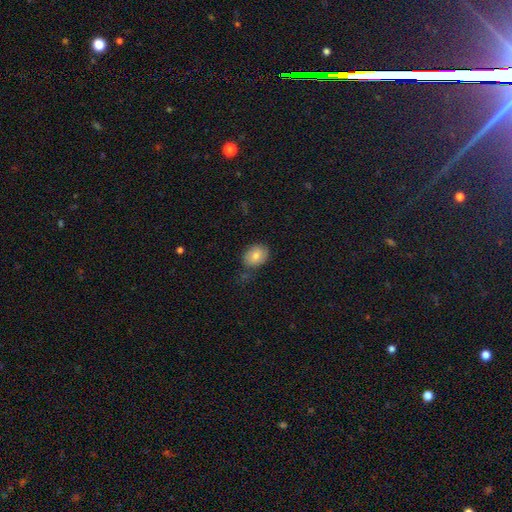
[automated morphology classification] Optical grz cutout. It shows a smooth galaxy with no disk features (78%) that is in between round and cigar-shaped (62%). Merging: none (71%).